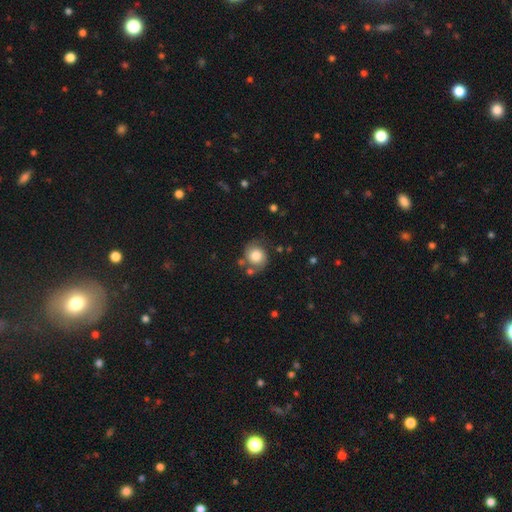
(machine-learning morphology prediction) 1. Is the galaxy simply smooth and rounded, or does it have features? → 67% smooth, 24% featured or disk, 9% star or artifact.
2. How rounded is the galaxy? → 79% round, 20% in between, 1% cigar-shaped.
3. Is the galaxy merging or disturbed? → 64% none, 20% minor disturbance, 8% merger, 8% major disturbance.